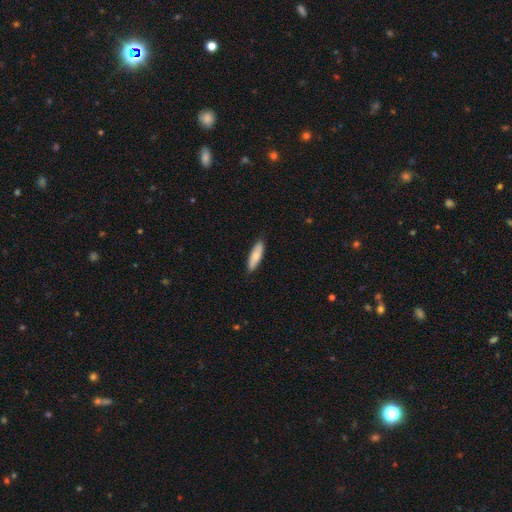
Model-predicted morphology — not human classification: A smooth galaxy with no disk features (77%) that is cigar-shaped (55%). Merging: none (88%).